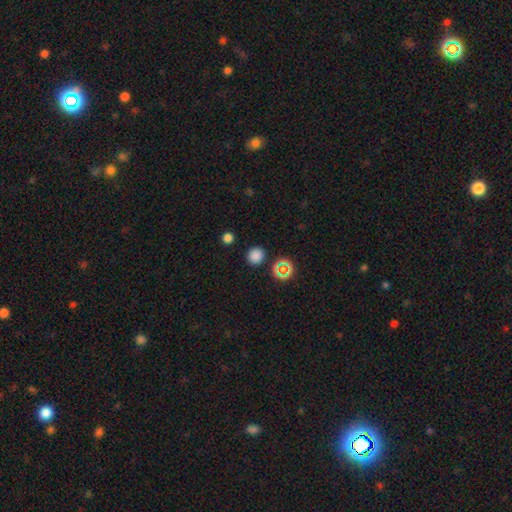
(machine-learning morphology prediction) A smooth galaxy with no disk features (78%) that is round (88%).

Vote fractions:
- Smooth or featured? smooth: 78% / star or artifact: 18% / featured or disk: 4%
- How rounded? round: 88% / in between: 11% / cigar-shaped: 1%
- Merging? none: 89% / minor disturbance: 7% / merger: 2% / major disturbance: 2%